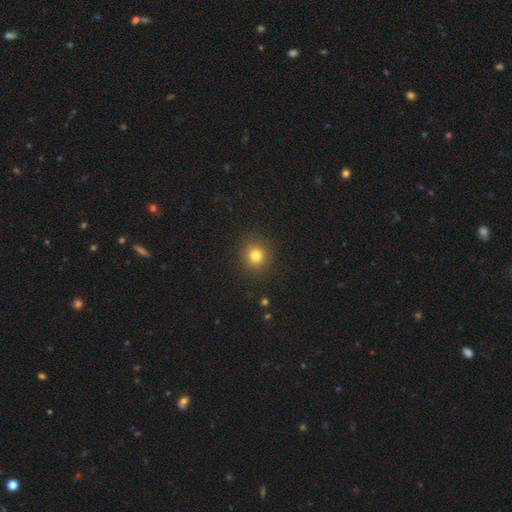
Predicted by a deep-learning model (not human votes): Smooth or featured? smooth (80%)
How rounded? round (90%)
Merging? none (90%)